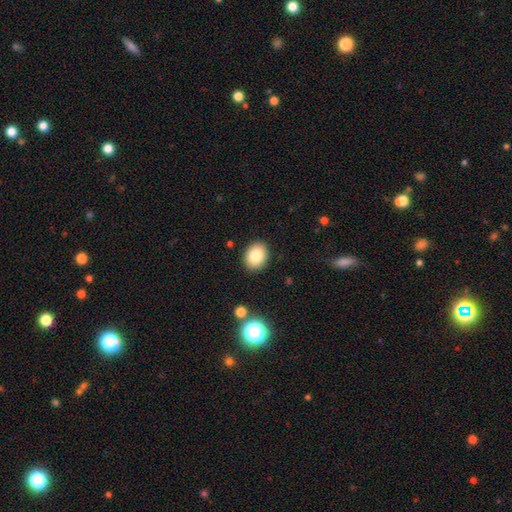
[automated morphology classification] A smooth galaxy with no disk features (81%) that is in between round and cigar-shaped (53%). Merging: none (89%).